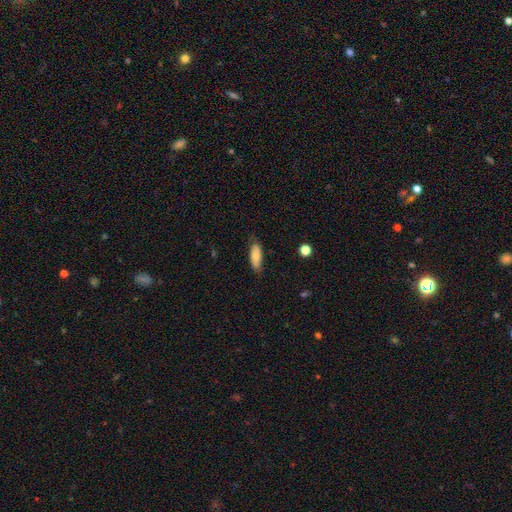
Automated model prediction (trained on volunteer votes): Overall: smooth (79%). How rounded: in between (67%; cigar-shaped 31%). Merging: none (75%).